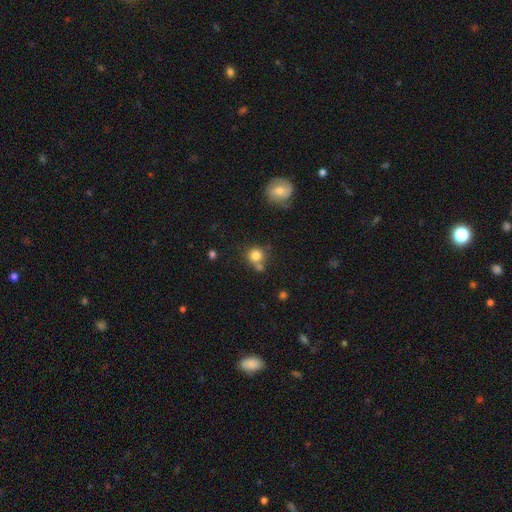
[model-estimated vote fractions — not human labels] This appears to be a smooth galaxy with no disk features (81%) that is round (89%). Merging: none (60%).